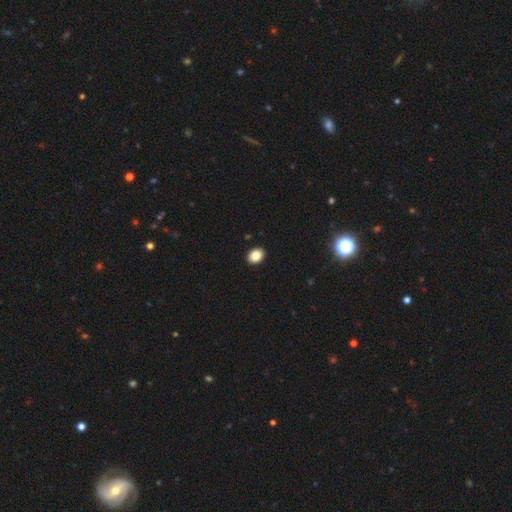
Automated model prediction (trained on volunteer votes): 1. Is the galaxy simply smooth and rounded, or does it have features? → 87% smooth, 9% star or artifact, 4% featured or disk.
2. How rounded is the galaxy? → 64% in between, 35% round, 1% cigar-shaped.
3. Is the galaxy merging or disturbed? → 91% none, 6% minor disturbance, 1% major disturbance, 1% merger.